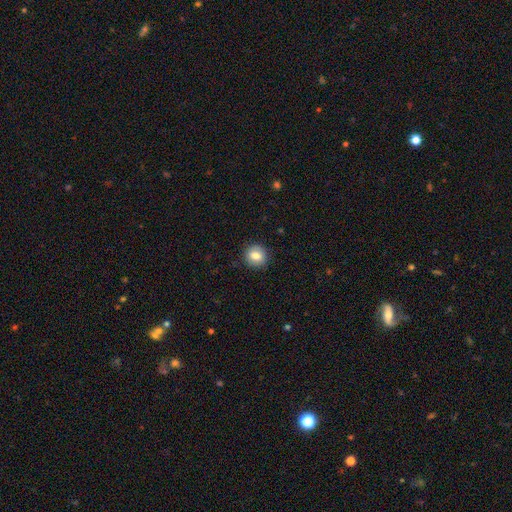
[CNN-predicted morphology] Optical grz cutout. It shows a smooth galaxy with no disk features (81%) that is round (87%). Merging: none (90%).